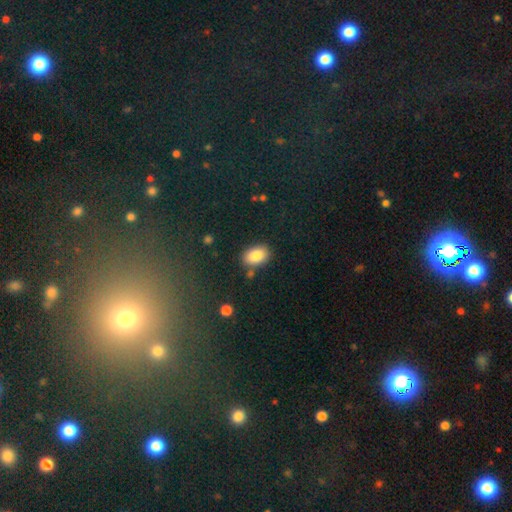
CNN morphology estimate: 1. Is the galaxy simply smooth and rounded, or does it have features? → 85% smooth, 8% star or artifact, 7% featured or disk.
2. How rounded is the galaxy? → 85% in between, 14% round, 1% cigar-shaped.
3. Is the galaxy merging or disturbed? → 81% none, 11% minor disturbance, 5% merger, 3% major disturbance.